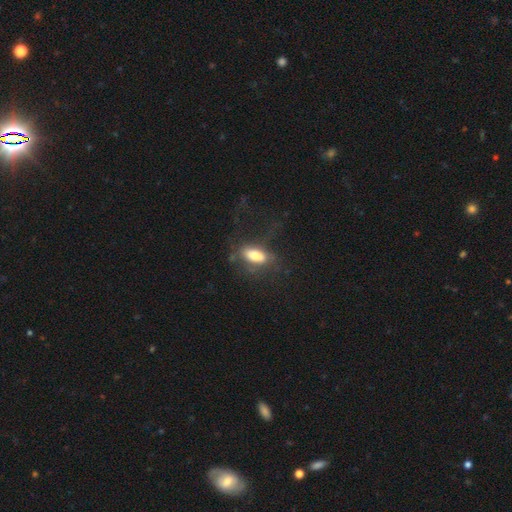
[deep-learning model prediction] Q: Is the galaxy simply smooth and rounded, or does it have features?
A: smooth — 69%.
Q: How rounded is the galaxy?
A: in between — 81%.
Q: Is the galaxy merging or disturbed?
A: none — 56%.